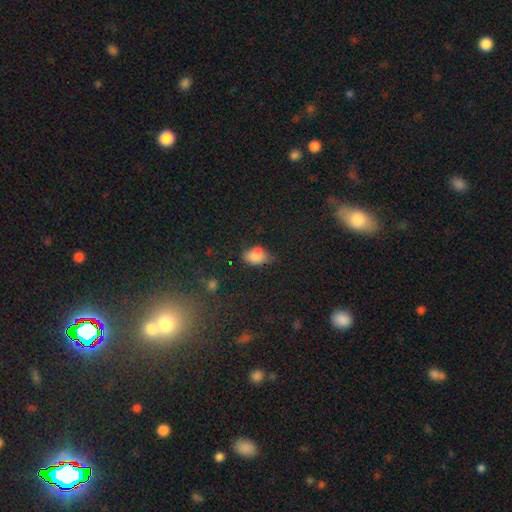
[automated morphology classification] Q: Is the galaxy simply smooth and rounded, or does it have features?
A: smooth — 80%.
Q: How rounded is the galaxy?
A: in between — 79%.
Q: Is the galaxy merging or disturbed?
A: none — 45%.